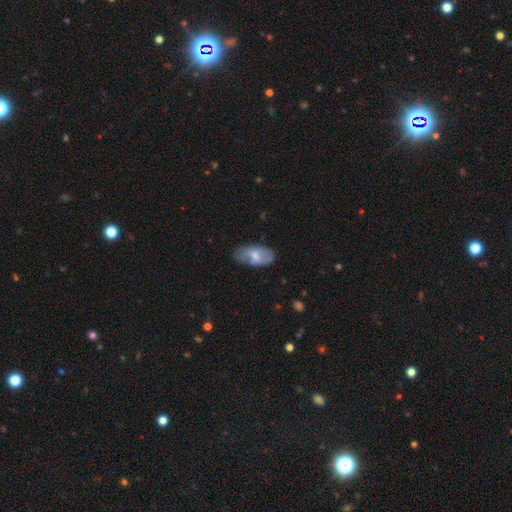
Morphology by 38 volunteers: A smooth galaxy with no disk features (61%) that is in between round and cigar-shaped (87%). Merging: none (71%).